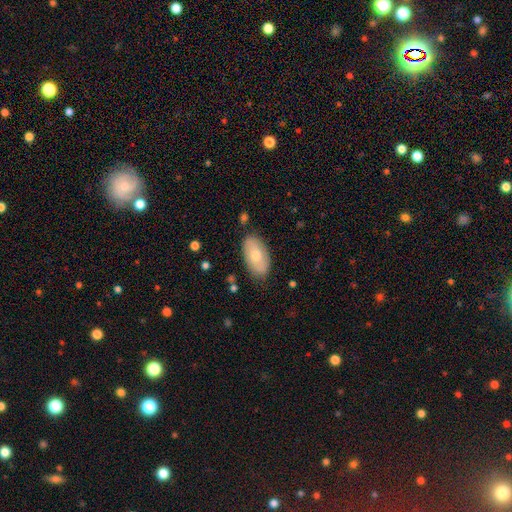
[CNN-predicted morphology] smooth_or_featured: smooth (p=0.65) [alt: featured or disk p=0.29]
how_rounded: in between (p=0.94) [alt: round p=0.04]
merging: none (p=0.80) [alt: minor disturbance p=0.15]